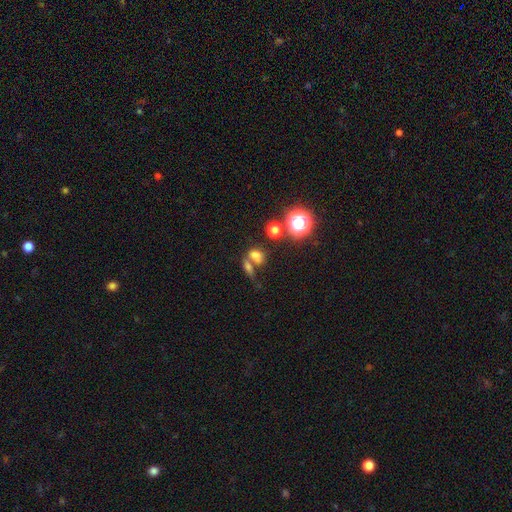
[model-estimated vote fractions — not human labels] smooth_or_featured: smooth (p=0.68) [alt: star or artifact p=0.20]
how_rounded: in between (p=0.60) [alt: round p=0.36]
merging: merger (p=0.43) [alt: none p=0.40]